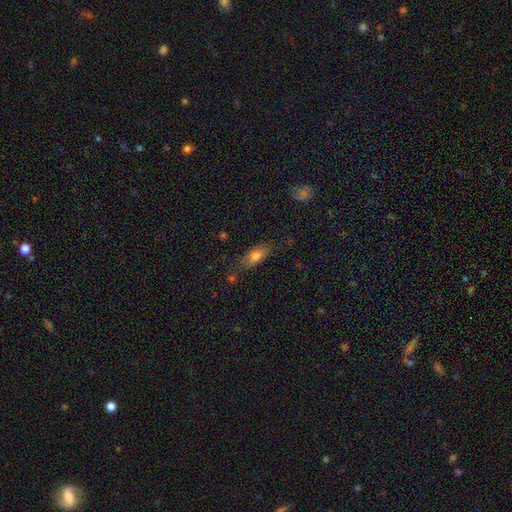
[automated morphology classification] A smooth galaxy with no disk features (74%) that is in between round and cigar-shaped (77%). Merging: none (73%).